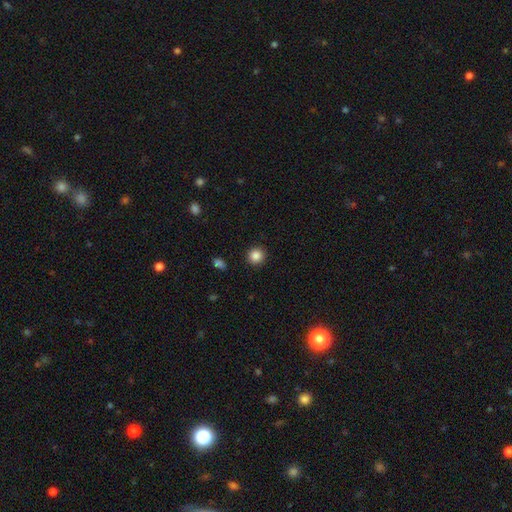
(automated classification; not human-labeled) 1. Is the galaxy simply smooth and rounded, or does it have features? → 86% smooth, 10% star or artifact, 4% featured or disk.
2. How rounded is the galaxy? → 93% round, 6% in between, 1% cigar-shaped.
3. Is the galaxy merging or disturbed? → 92% none, 5% minor disturbance, 2% major disturbance, 1% merger.